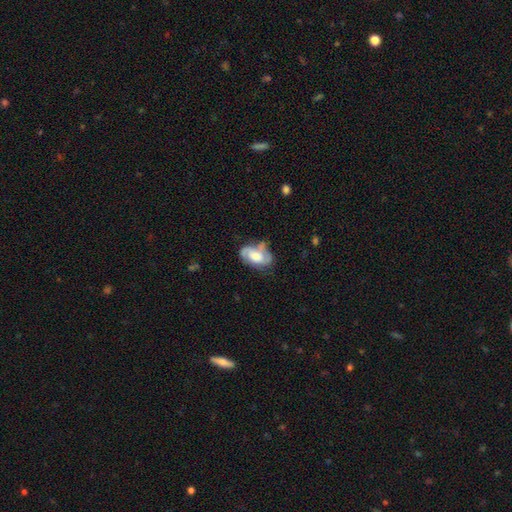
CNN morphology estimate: smooth-or-featured: featured or disk: 55% | smooth: 38% | star or artifact: 7%
  disk-edge-on: no: 96% | yes: 4%
    bar: no: 64% | weak: 29% | strong: 8%
    has-spiral-arms: yes: 77% | no: 23%
    bulge-size: moderate: 40% | large: 32% | small: 16% | none: 8% | dominant: 4%
  merging: none: 47% | minor disturbance: 30% | major disturbance: 16% | merger: 6%